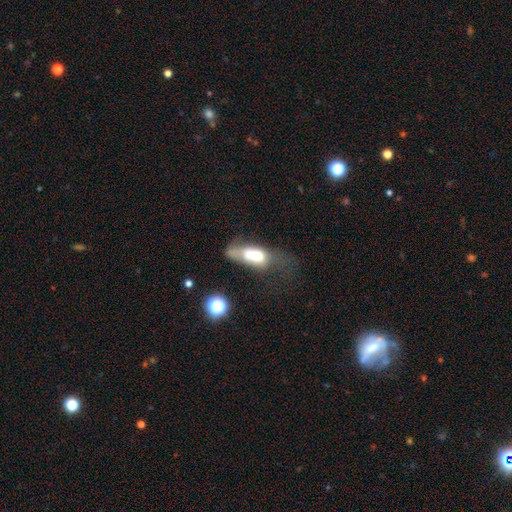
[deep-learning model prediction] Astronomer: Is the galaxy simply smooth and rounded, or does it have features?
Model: smooth — 60%.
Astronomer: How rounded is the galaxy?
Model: in between — 76%.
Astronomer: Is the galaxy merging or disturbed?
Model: major disturbance — 43% (runner-up: minor disturbance, 21%).